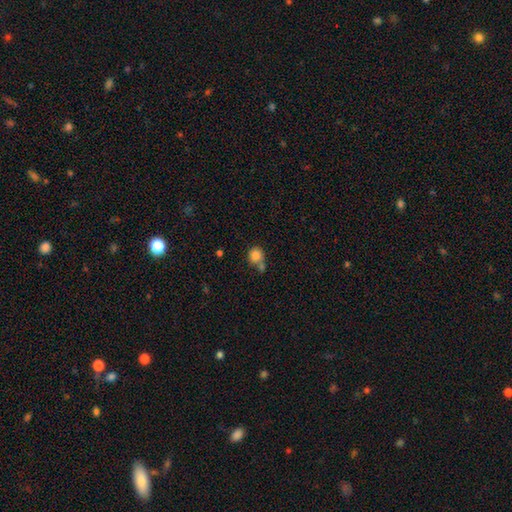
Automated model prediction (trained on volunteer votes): A smooth galaxy with no disk features (83%) that is round (87%).

Vote fractions:
- Smooth or featured? smooth: 83% / star or artifact: 10% / featured or disk: 7%
- How rounded? round: 87% / in between: 12% / cigar-shaped: 1%
- Merging? none: 50% / merger: 32% / minor disturbance: 13% / major disturbance: 5%